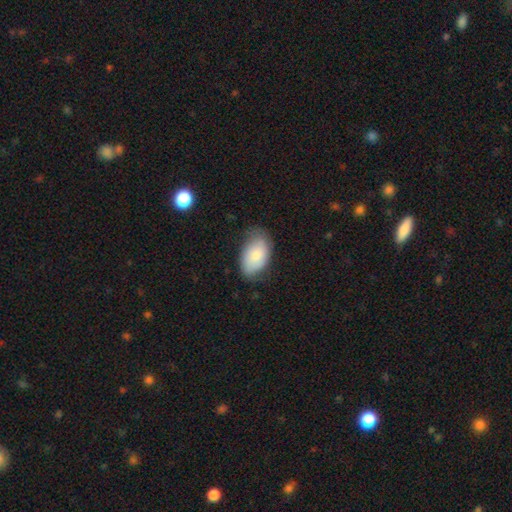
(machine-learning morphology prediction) The model was most divided on "merging": none: 65%, minor disturbance: 27%, major disturbance: 7%, merger: 1%. More confident: how rounded — in between (93%); smooth or featured — smooth (77%).